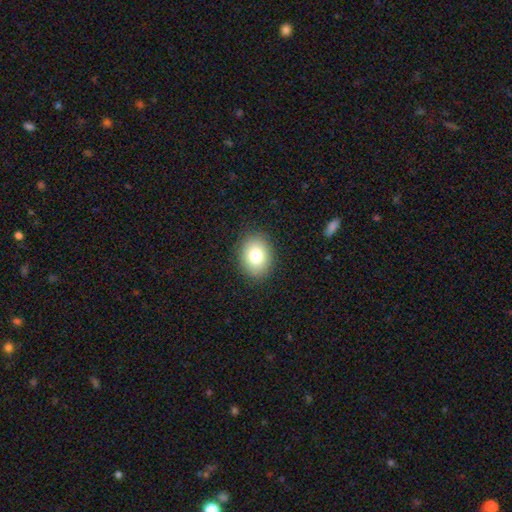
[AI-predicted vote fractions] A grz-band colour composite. It shows a smooth galaxy with no disk features (80%) that is in between round and cigar-shaped (59%). Merging: none (89%).